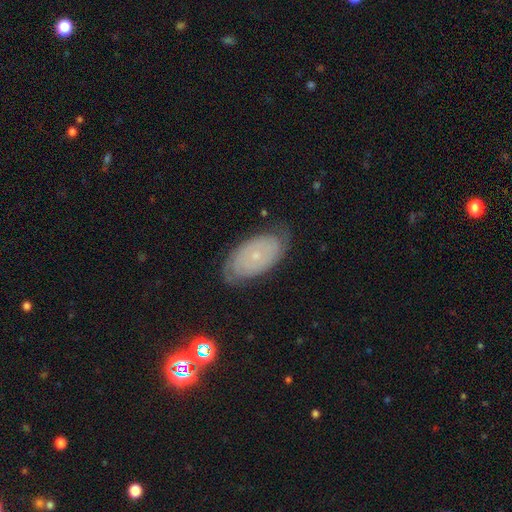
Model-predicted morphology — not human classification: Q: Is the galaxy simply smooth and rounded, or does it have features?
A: featured or disk — 62%.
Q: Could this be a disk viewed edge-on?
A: no — 93%.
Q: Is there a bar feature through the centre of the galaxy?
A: no — 85%.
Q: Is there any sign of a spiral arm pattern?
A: yes — 78%.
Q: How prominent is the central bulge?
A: small — 84%.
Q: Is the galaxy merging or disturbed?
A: none — 74%.